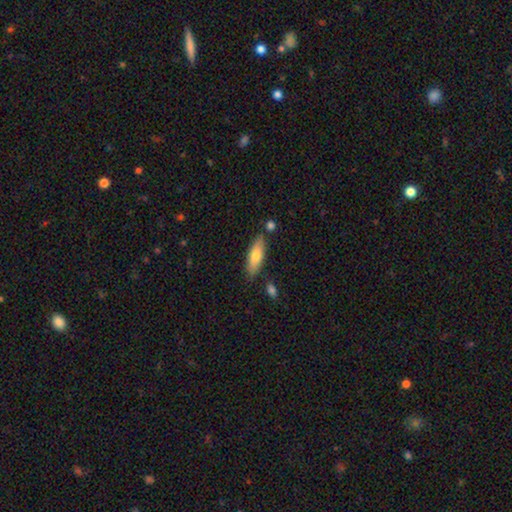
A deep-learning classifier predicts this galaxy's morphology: A smooth galaxy with no disk features (72%) that is in between round and cigar-shaped (55%). Merging: none (79%).